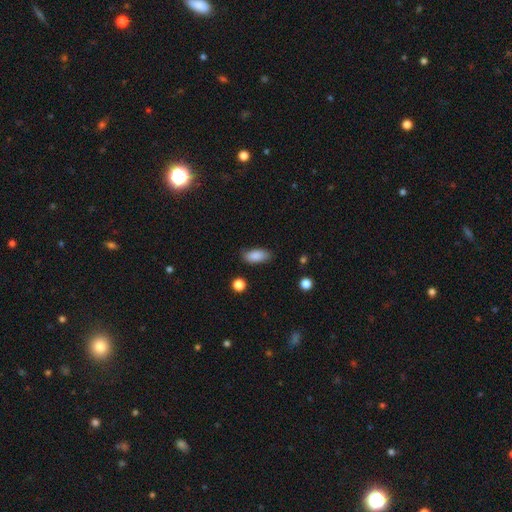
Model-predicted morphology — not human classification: smooth-or-featured: smooth: 87% | star or artifact: 7% | featured or disk: 5%
  how-rounded: in between: 87% | cigar-shaped: 10% | round: 3%
  merging: none: 80% | minor disturbance: 15% | major disturbance: 3% | merger: 2%